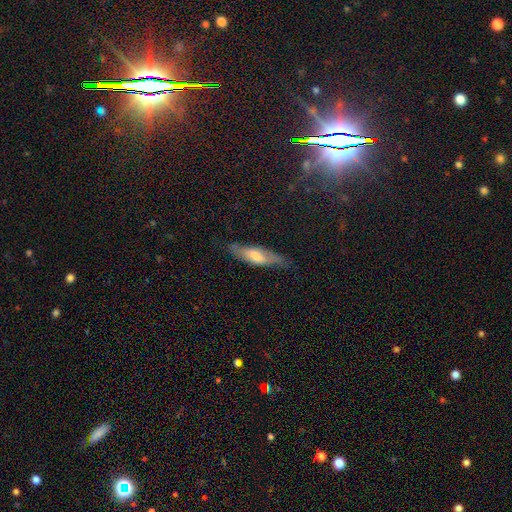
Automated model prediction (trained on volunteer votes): Smooth or featured? Predicted: smooth (p=0.48). Merging? Predicted: none (p=0.70).